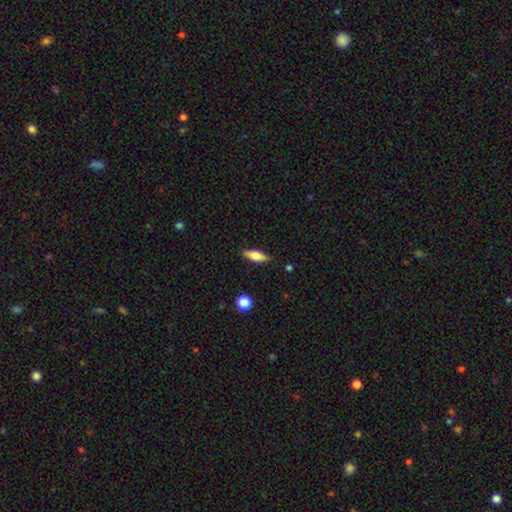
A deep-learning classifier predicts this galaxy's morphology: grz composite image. It shows a smooth galaxy with no disk features (63%) that is in between round and cigar-shaped (54%). Merging: none (86%).